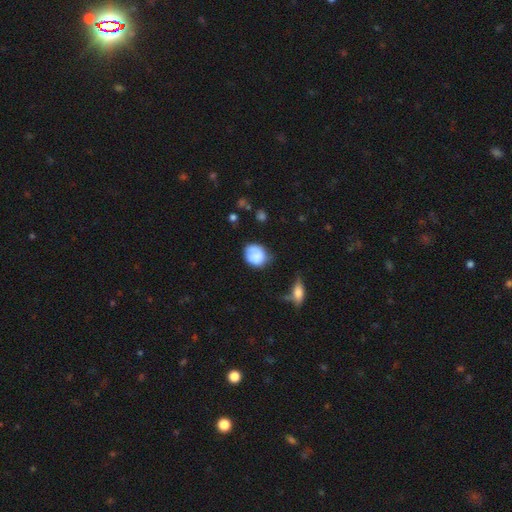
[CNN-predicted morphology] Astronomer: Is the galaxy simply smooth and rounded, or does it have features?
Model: smooth — 76%.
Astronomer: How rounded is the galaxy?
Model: round — 62%.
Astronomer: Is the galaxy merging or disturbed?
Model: none — 52% (runner-up: minor disturbance, 32%).